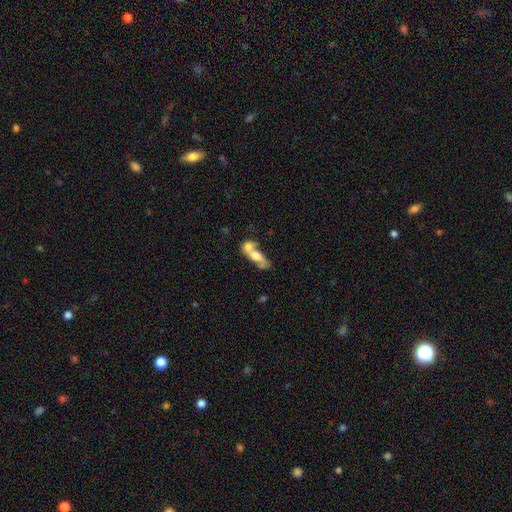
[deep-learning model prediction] smooth 52%, featured or disk 40%, star or artifact 8%. Down the decision tree: how rounded — in between (62%); merging — merger (63%).